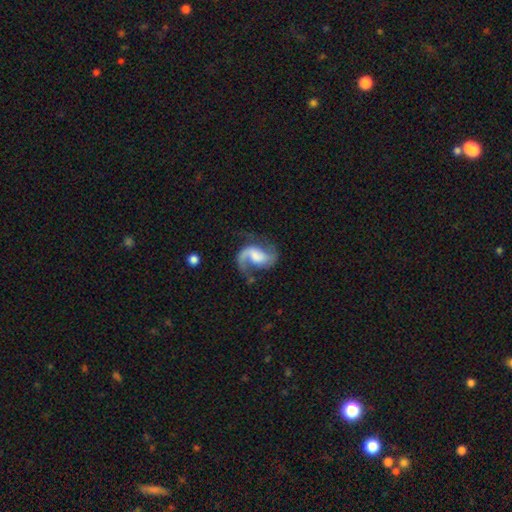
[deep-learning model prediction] smooth-or-featured: featured or disk: 86% | smooth: 9% | star or artifact: 5%
  disk-edge-on: no: 98% | yes: 2%
    bar: weak: 46% | no: 36% | strong: 18%
    has-spiral-arms: yes: 96% | no: 4%
      spiral-winding: loose: 46% | medium: 43% | tight: 10%
      spiral-arm-count: 2: 76% | 1: 19% | can't tell: 2% | 3: 1% | 4: 1% | more than 4: 1%
    bulge-size: moderate: 30% | large: 26% | none: 22% | small: 19% | dominant: 3%
  merging: none: 57% | major disturbance: 20% | minor disturbance: 20% | merger: 3%